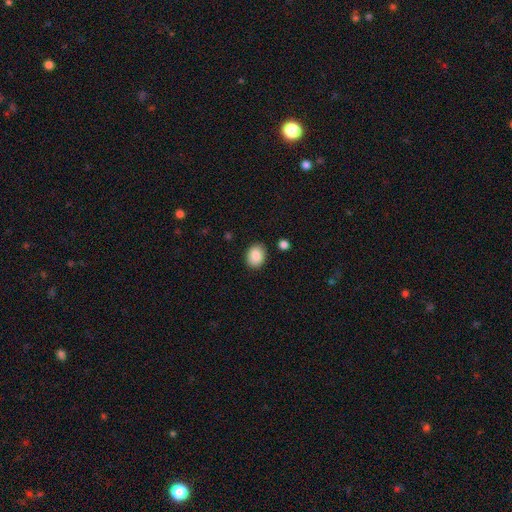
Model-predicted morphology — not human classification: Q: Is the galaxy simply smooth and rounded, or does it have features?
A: smooth — 88%.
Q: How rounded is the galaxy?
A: in between — 53%.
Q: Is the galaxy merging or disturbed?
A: none — 86%.